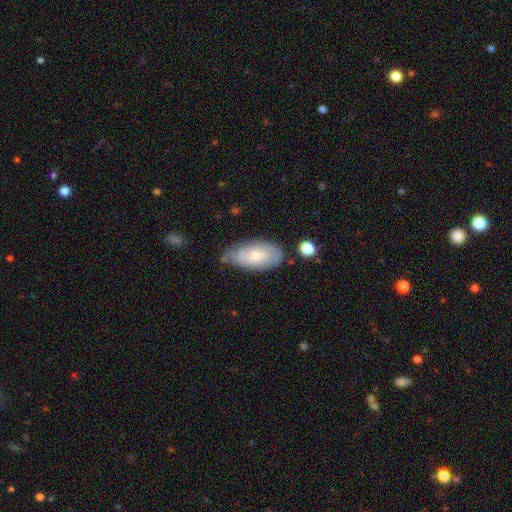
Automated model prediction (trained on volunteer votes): Smooth or featured: smooth — 48% (featured or disk — 45%)
Merging: none — 64% (minor disturbance — 25%)